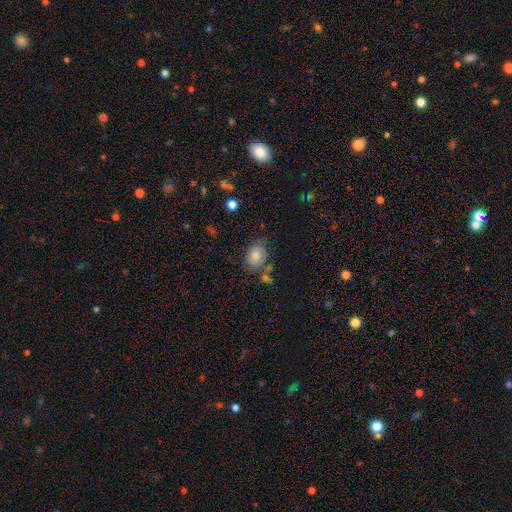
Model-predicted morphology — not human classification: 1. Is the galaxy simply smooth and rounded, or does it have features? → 66% smooth, 25% featured or disk, 9% star or artifact.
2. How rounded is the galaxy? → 67% in between, 32% round, 1% cigar-shaped.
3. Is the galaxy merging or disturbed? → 55% none, 26% minor disturbance, 11% major disturbance, 9% merger.